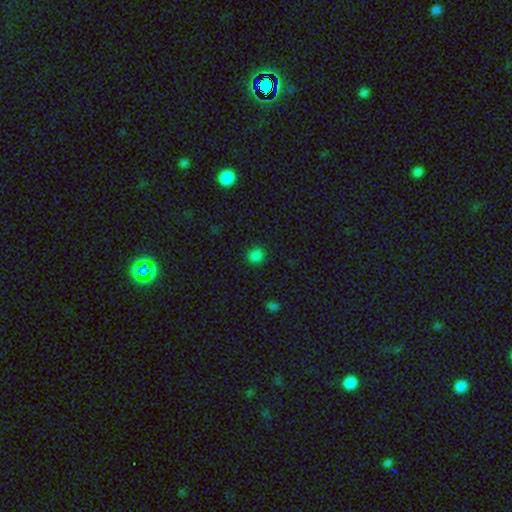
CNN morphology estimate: smooth_or_featured: smooth (p=0.82) [alt: star or artifact p=0.15]
how_rounded: round (p=0.88) [alt: in between p=0.11]
merging: none (p=0.89) [alt: minor disturbance p=0.07]